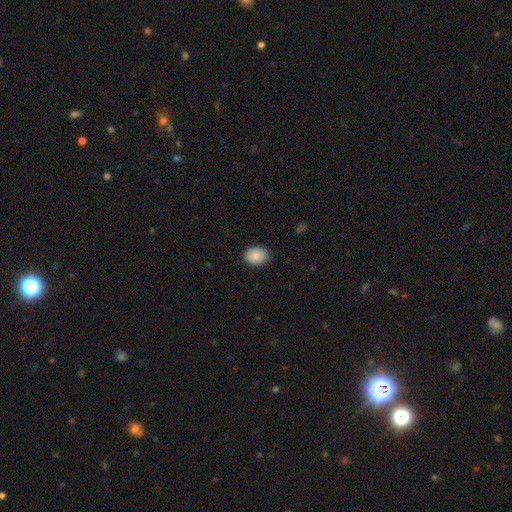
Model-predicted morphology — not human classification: This appears to be a smooth galaxy with no disk features (88%) that is in between round and cigar-shaped (73%). Merging: none (87%).